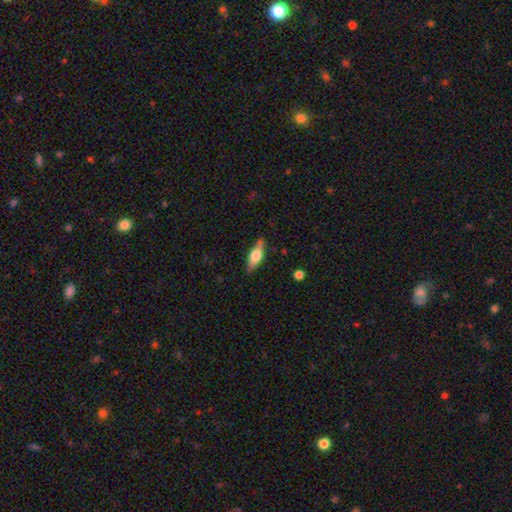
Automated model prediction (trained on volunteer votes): smooth_or_featured: smooth (p=0.57) [alt: featured or disk p=0.37]
how_rounded: in between (p=0.64) [alt: cigar-shaped p=0.33]
merging: none (p=0.81) [alt: minor disturbance p=0.14]